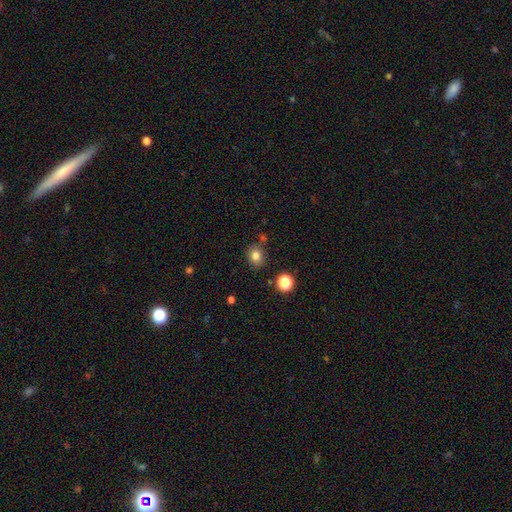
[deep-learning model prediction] This is clearly a smooth galaxy (81%). How rounded: likely round (72%). Merging: clearly none (81%).